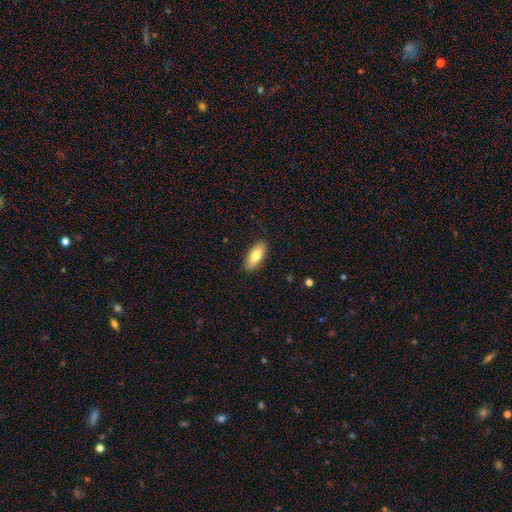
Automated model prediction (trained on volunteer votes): This is likely a smooth galaxy (79%). How rounded: clearly in between (81%). Merging: clearly none (88%).